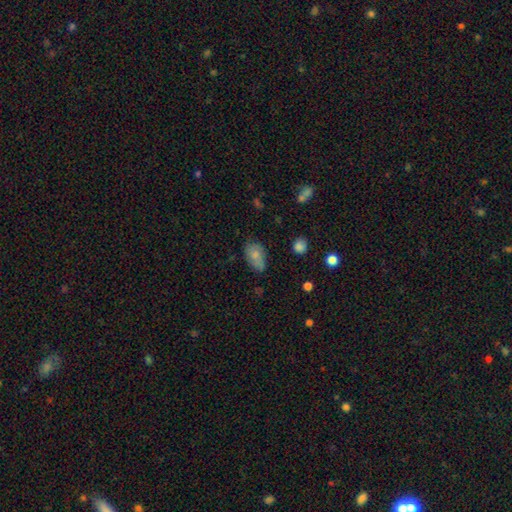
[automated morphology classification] Smooth or featured: smooth — 75% (featured or disk — 16%)
How rounded: in between — 87% (round — 11%)
Merging: none — 55% (minor disturbance — 31%)